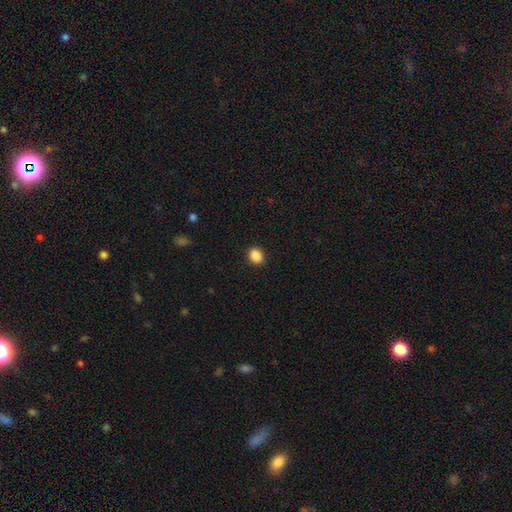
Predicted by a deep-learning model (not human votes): smooth-or-featured: smooth: 88% | star or artifact: 9% | featured or disk: 3%
  how-rounded: in between: 50% | round: 49% | cigar-shaped: 1%
  merging: none: 90% | minor disturbance: 7% | major disturbance: 2% | merger: 1%